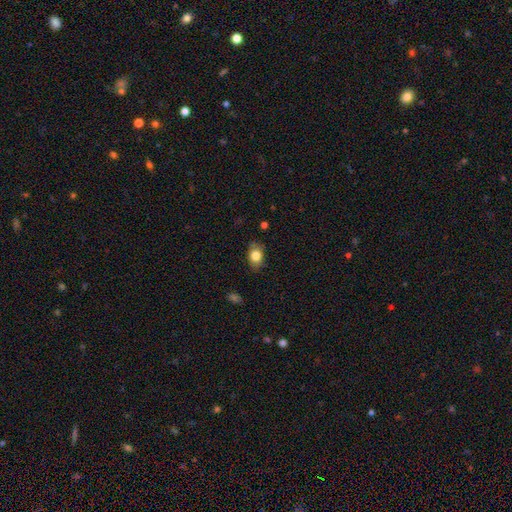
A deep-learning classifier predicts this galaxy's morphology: Smooth or featured? smooth (79%)
How rounded? in between (78%)
Merging? none (80%)